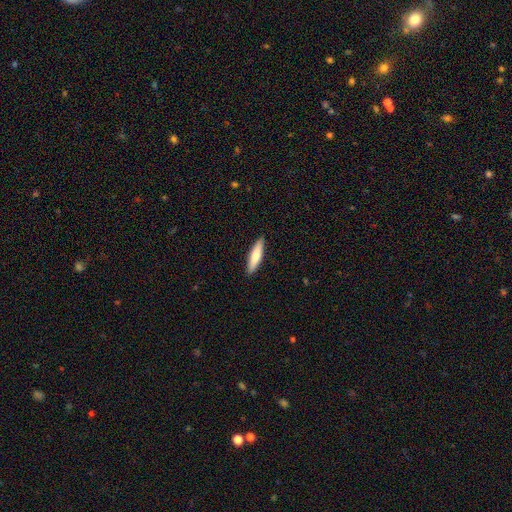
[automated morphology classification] Smooth or featured? Predicted: smooth (p=0.71). How rounded? Predicted: cigar-shaped (p=0.75). Merging? Predicted: none (p=0.90).